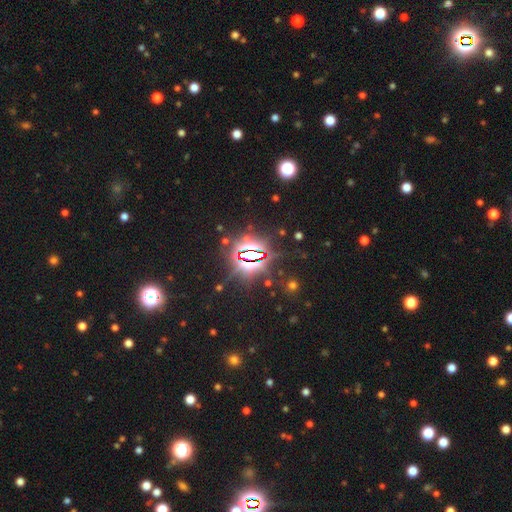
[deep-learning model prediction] A star or artifact, not a galaxy (83%).

Vote fractions:
- Smooth or featured? star or artifact: 83% / smooth: 9% / featured or disk: 8%